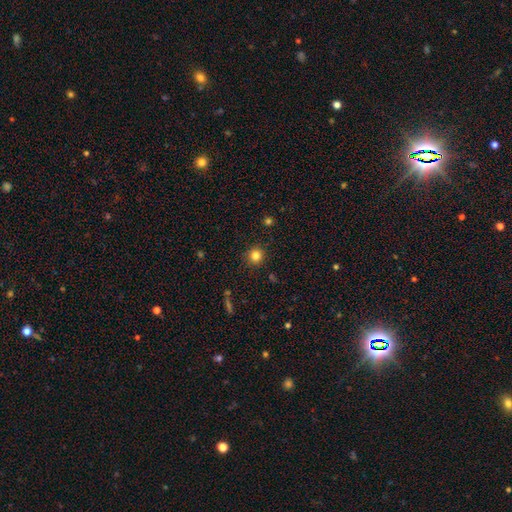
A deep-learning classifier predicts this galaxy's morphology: This is clearly a smooth galaxy (82%). How rounded: clearly round (93%). Merging: clearly none (90%).